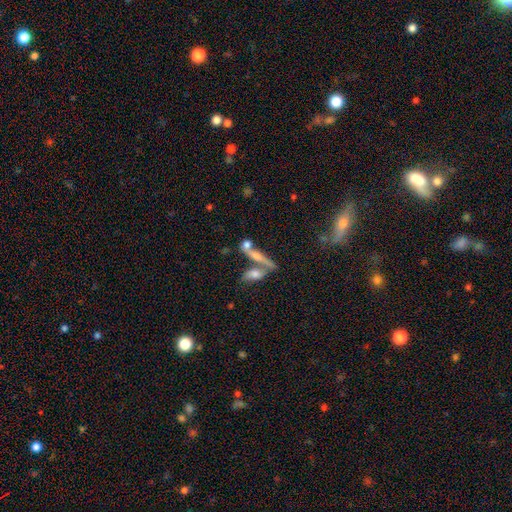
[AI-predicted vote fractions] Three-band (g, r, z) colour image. It shows a smooth galaxy with no disk features (54%) that is cigar-shaped (63%). Merging: merger (47%).